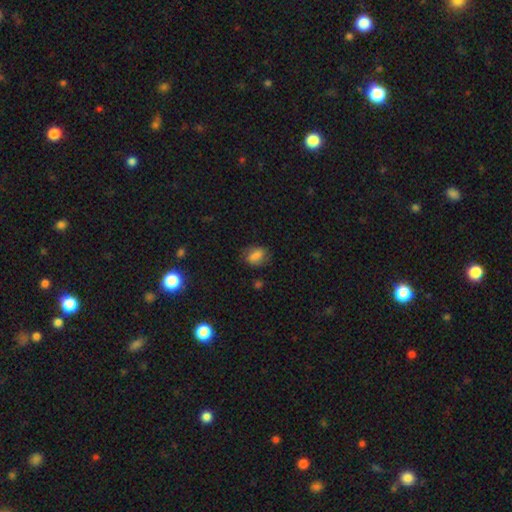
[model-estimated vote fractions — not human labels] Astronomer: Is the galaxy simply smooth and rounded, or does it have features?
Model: smooth — 69%.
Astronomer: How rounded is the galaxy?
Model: in between — 68%.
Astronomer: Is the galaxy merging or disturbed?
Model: none — 73%.